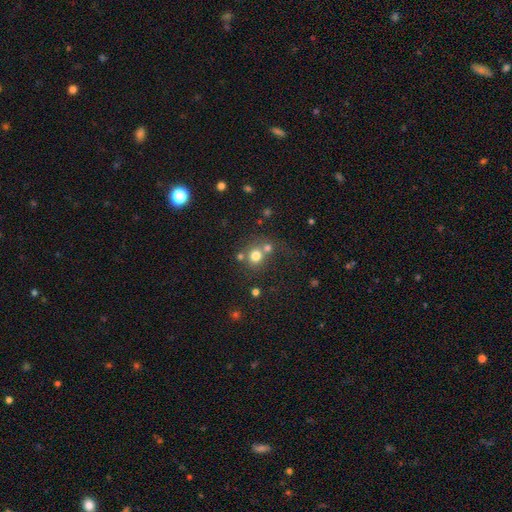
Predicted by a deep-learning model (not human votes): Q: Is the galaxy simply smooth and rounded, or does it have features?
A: smooth — 74%.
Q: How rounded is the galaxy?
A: round — 85%.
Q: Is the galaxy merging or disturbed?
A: none — 51%.